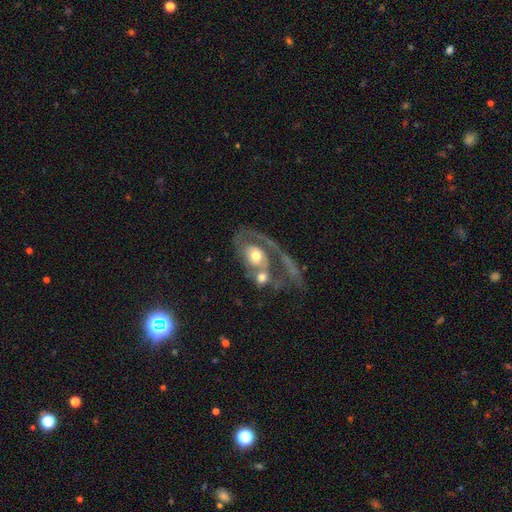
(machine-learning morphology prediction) type=featured or disk (68%); edge-on=no (95%); bar=no (79%); spiral arms=yes (65%); bulge=moderate (67%); merging=merger (46%).